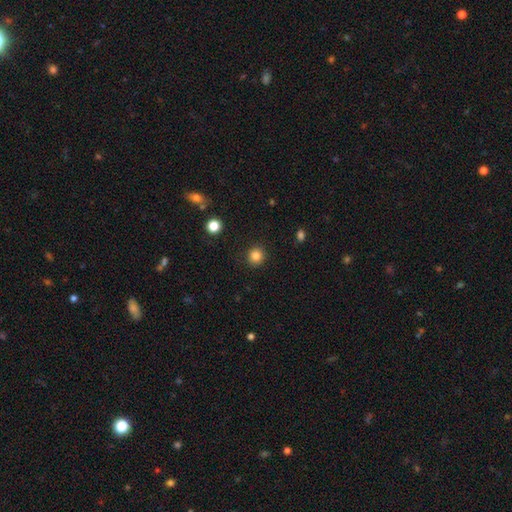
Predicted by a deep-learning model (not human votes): A smooth galaxy with no disk features (84%) that is round (91%). Merging: none (91%).